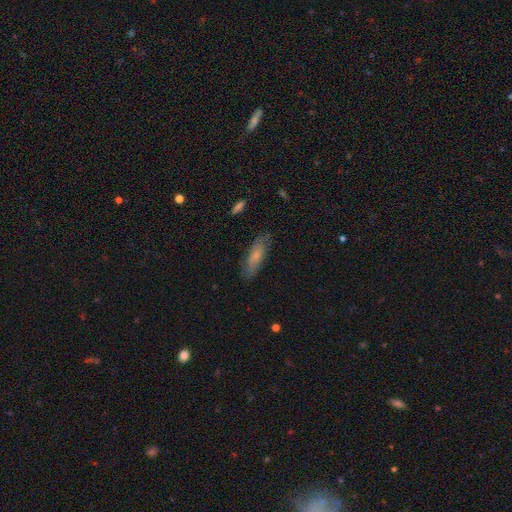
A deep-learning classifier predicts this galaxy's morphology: type=smooth (67%); roundness=cigar-shaped (50%); merging=none (80%).